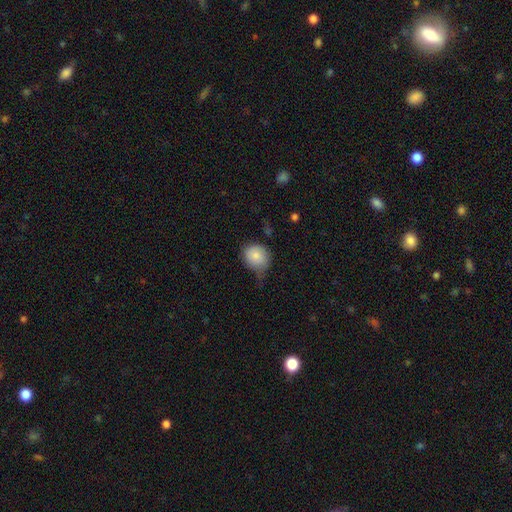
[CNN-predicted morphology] The model was most divided on "merging": none: 44%, minor disturbance: 39%, major disturbance: 14%, merger: 3%. More confident: smooth or featured — smooth (83%); how rounded — round (78%).